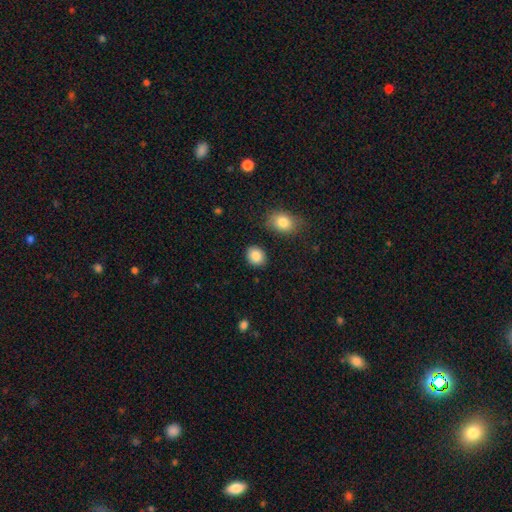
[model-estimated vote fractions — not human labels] The model was most divided on "how rounded": round: 66%, in between: 33%, cigar-shaped: 1%. More confident: merging — none (88%); smooth or featured — smooth (87%).